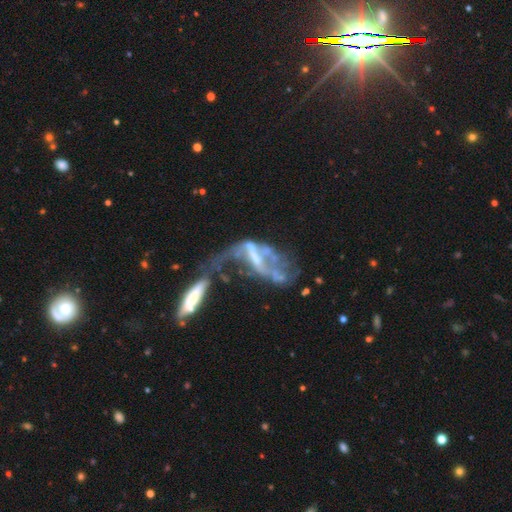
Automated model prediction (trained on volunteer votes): Smooth or featured: featured or disk — 77% (smooth — 13%)
Edge-on disk: no — 89% (yes — 11%)
Bar: no — 37% (strong — 33%)
Spiral arms: yes — 54% (no — 46%)
Bulge size: small — 38% (none — 34%)
Merging: merger — 43% (major disturbance — 34%)